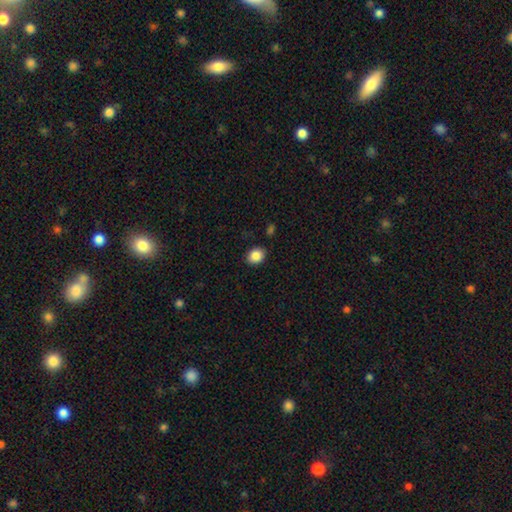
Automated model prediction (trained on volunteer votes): A smooth galaxy with no disk features (87%) that is round (51%). Merging: none (88%).